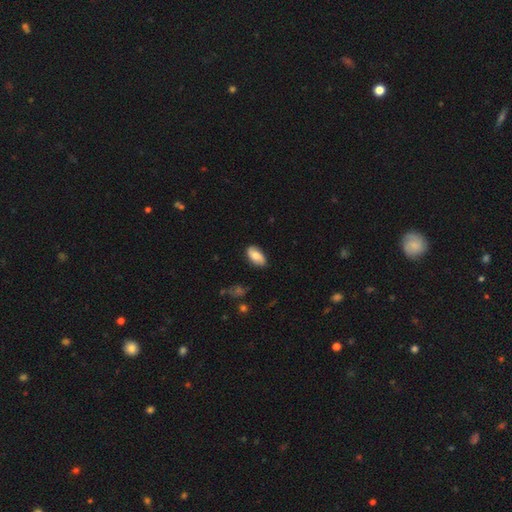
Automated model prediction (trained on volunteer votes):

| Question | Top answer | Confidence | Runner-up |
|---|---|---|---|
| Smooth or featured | smooth | 66% | featured or disk (27%) |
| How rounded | in between | 93% | round (4%) |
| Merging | none | 79% | minor disturbance (17%) |